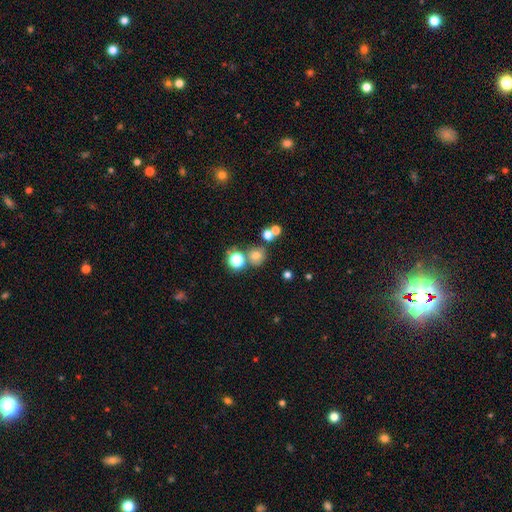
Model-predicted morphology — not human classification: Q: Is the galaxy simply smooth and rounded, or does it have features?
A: smooth — 68%.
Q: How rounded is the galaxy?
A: round — 82%.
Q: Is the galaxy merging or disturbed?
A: none — 66%.